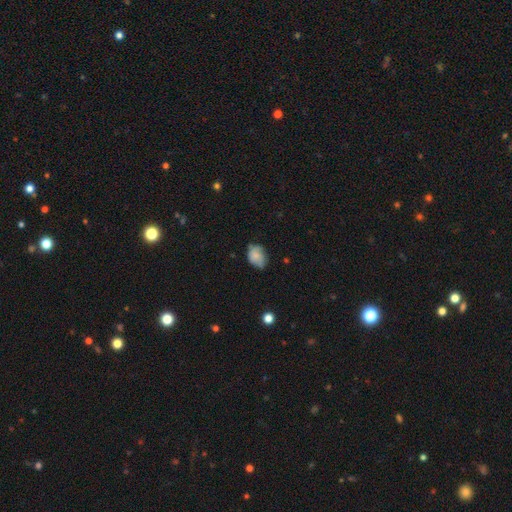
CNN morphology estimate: smooth-or-featured: smooth: 70% | featured or disk: 21% | star or artifact: 9%
  how-rounded: in between: 73% | round: 26% | cigar-shaped: 1%
  merging: none: 52% | minor disturbance: 36% | major disturbance: 9% | merger: 2%